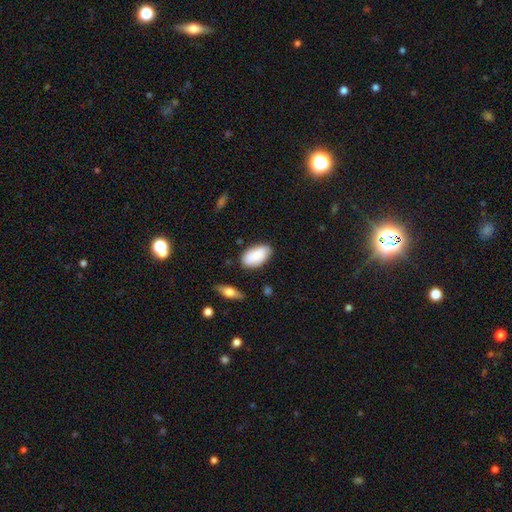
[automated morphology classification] This is clearly a smooth galaxy (83%). How rounded: clearly in between (94%). Merging: likely none (73%).